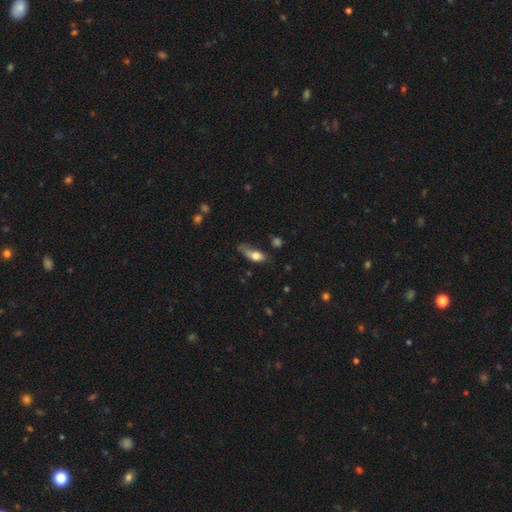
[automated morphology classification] Smooth or featured: smooth — 71% (featured or disk — 21%)
How rounded: in between — 71% (cigar-shaped — 20%)
Merging: minor disturbance — 33% (tied with none — 33%)